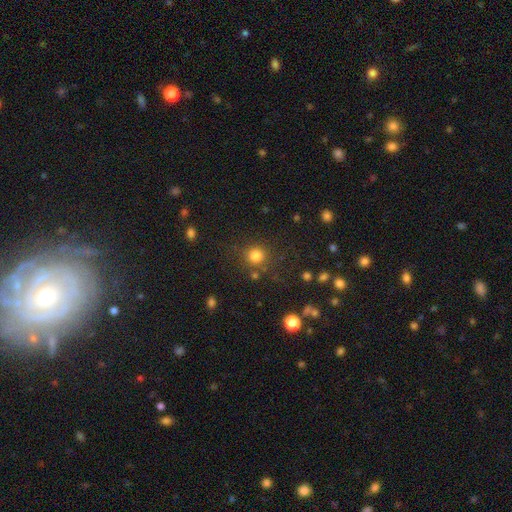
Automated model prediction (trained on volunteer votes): Smooth or featured? smooth (80%)
How rounded? round (91%)
Merging? none (80%)